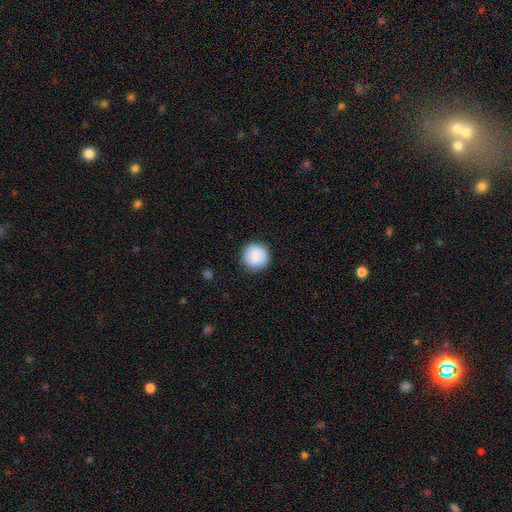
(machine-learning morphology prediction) A smooth galaxy with no disk features (85%) that is round (95%). Merging: none (90%).